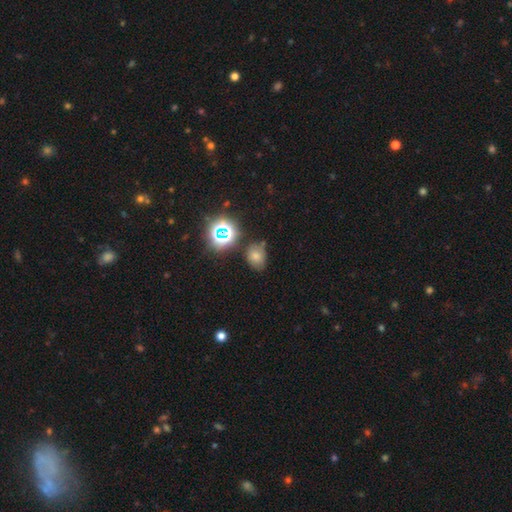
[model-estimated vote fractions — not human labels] Morphology: type=smooth (51%); roundness=round (53%); merging=none (75%).